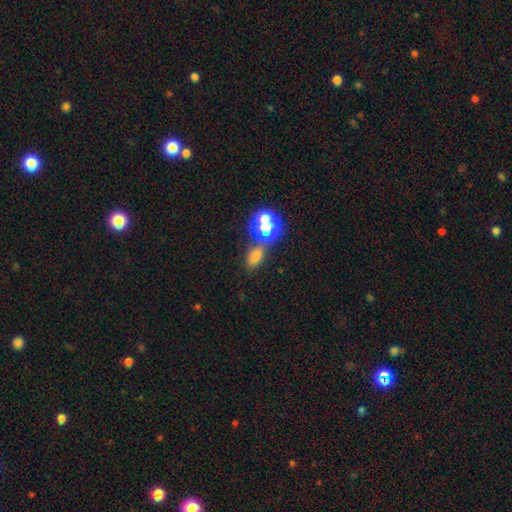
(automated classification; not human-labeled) Smooth or featured? Predicted: smooth (p=0.65). How rounded? Predicted: in between (p=0.73). Merging? Predicted: none (p=0.64).